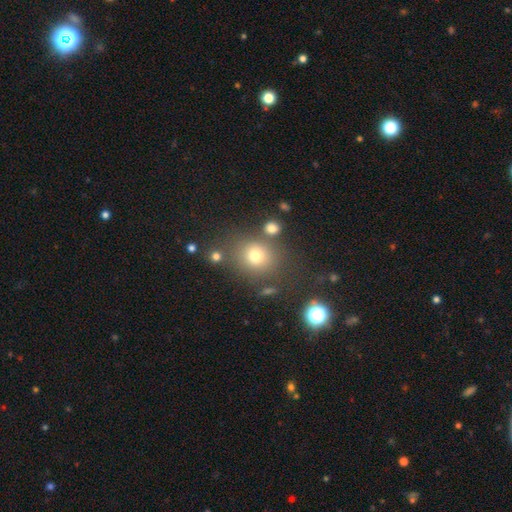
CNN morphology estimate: smooth_or_featured: smooth (p=0.73) [alt: star or artifact p=0.16]
how_rounded: round (p=0.78) [alt: in between p=0.21]
merging: none (p=0.74) [alt: minor disturbance p=0.12]